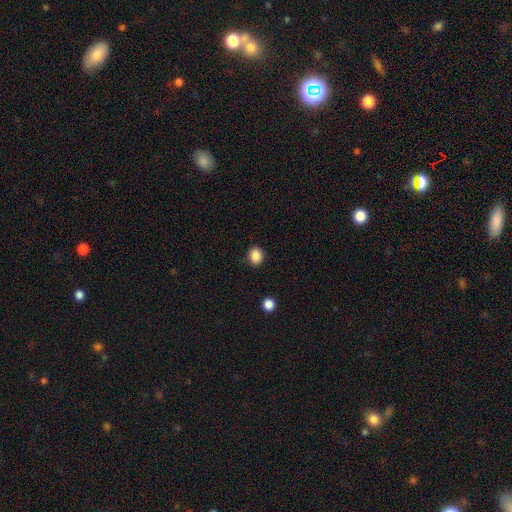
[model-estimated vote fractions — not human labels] The model was most divided on "how rounded": round: 77%, in between: 22%, cigar-shaped: 1%. More confident: merging — none (89%); smooth or featured — smooth (87%).